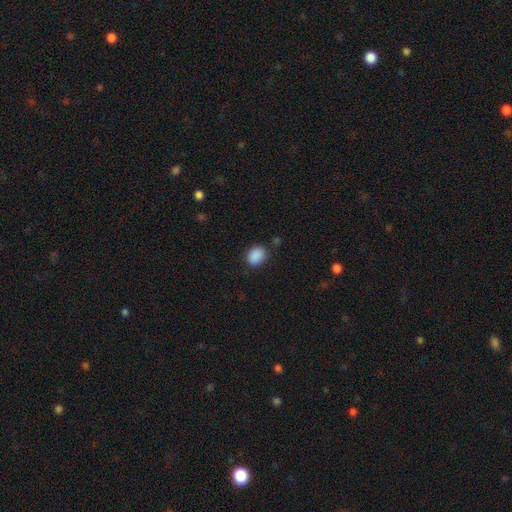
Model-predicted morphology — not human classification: A smooth galaxy with no disk features (88%) that is in between round and cigar-shaped (60%).

Vote fractions:
- Smooth or featured? smooth: 88% / star or artifact: 9% / featured or disk: 3%
- How rounded? in between: 60% / round: 39% / cigar-shaped: 1%
- Merging? none: 82% / minor disturbance: 13% / major disturbance: 3% / merger: 2%